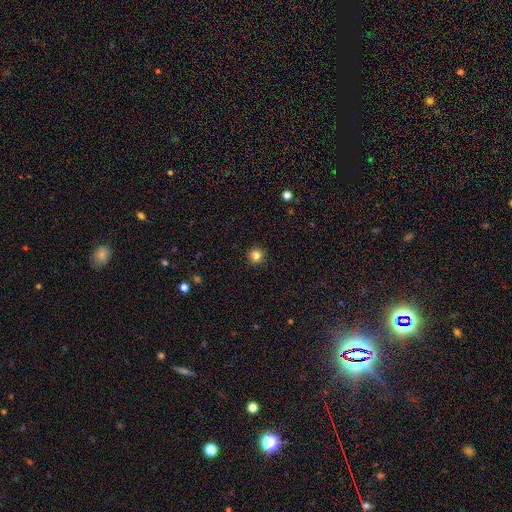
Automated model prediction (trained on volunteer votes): Smooth or featured: smooth — 84% (star or artifact — 12%)
How rounded: round — 95% (in between — 4%)
Merging: none — 92% (minor disturbance — 6%)